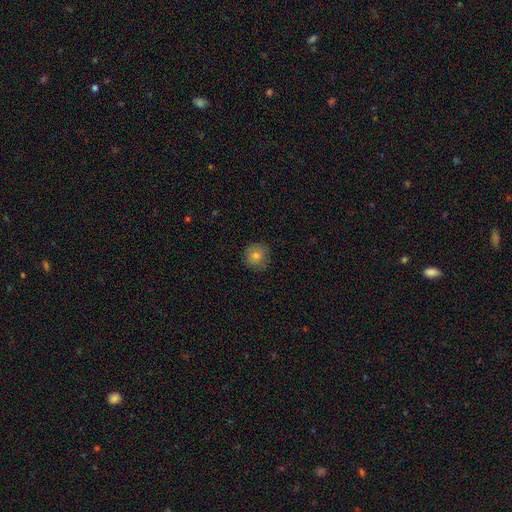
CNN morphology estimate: Smooth or featured? Predicted: smooth (p=0.76). How rounded? Predicted: round (p=0.91). Merging? Predicted: none (p=0.84).